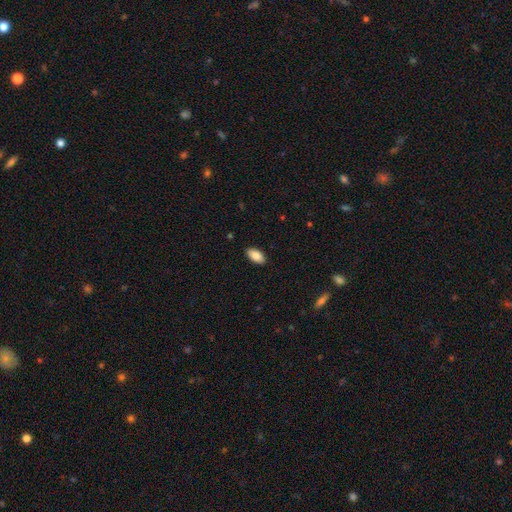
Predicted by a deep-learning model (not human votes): Smooth or featured?
  - smooth: 84% *
  - featured or disk: 9%
  - star or artifact: 7%
How rounded?
  - in between: 93% *
  - cigar-shaped: 4%
  - round: 3%
Merging?
  - none: 88% *
  - minor disturbance: 9%
  - major disturbance: 2%
  - merger: 1%